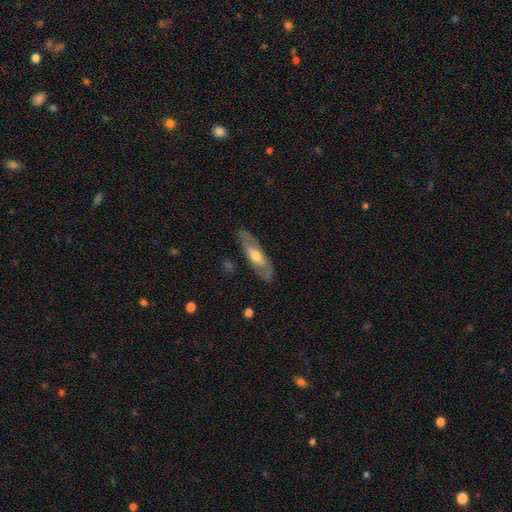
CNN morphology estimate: Smooth or featured: featured or disk — 58% (smooth — 36%)
Edge-on disk: no — 68% (yes — 32%)
Merging: none — 82% (minor disturbance — 13%)